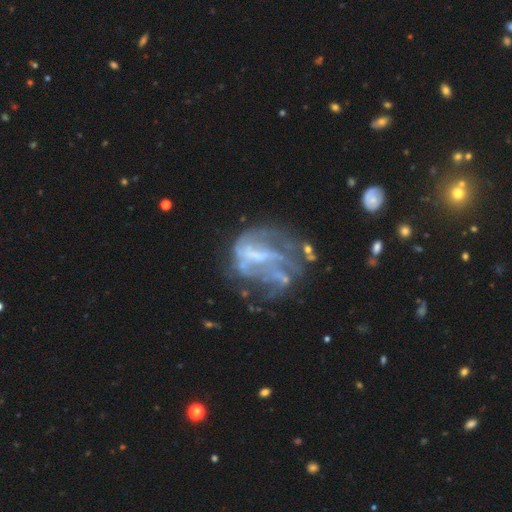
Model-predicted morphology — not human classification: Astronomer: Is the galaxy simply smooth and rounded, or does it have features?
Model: featured or disk — 73%.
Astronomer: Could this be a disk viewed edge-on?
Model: no — 97%.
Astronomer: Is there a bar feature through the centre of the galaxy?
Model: no — 41% (runner-up: weak, 37%).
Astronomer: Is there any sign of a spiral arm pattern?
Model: no — 50%, tied with yes at 50%.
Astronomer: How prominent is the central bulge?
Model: none — 51%.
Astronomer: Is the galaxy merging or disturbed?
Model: major disturbance — 38% (runner-up: none, 35%).